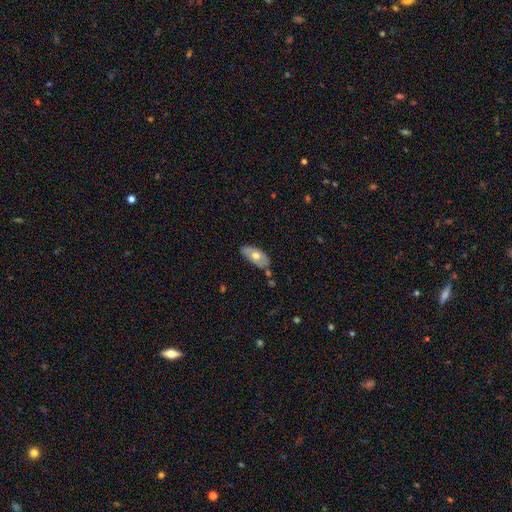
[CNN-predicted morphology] Smooth or featured?
  - smooth: 57% *
  - featured or disk: 37%
  - star or artifact: 6%
How rounded?
  - in between: 91% *
  - cigar-shaped: 6%
  - round: 3%
Merging?
  - none: 72% *
  - minor disturbance: 21%
  - merger: 4%
  - major disturbance: 4%